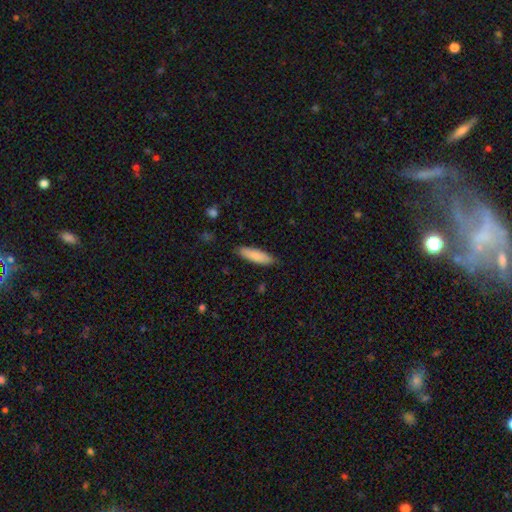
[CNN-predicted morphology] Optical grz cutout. It shows a smooth galaxy with no disk features (85%) that is cigar-shaped (60%). Merging: none (86%).